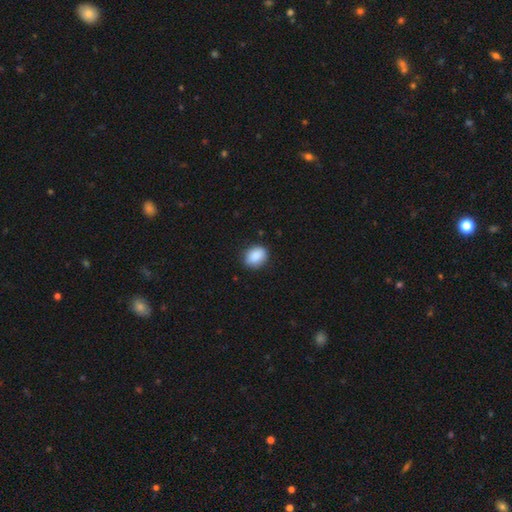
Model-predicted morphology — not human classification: Smooth or featured?
  - smooth: 89% *
  - star or artifact: 8%
  - featured or disk: 4%
How rounded?
  - in between: 63% *
  - round: 36%
  - cigar-shaped: 1%
Merging?
  - none: 84% *
  - minor disturbance: 13%
  - major disturbance: 2%
  - merger: 1%